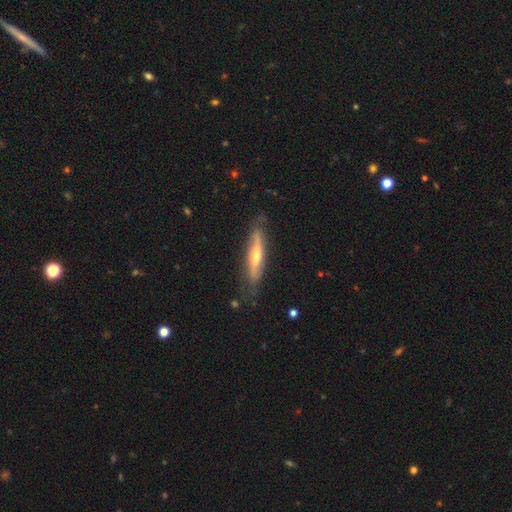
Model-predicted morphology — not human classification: Smooth or featured?
  - featured or disk: 64% *
  - smooth: 30%
  - star or artifact: 6%
Edge-on disk?
  - yes: 76% *
  - no: 24%
Merging?
  - none: 73% *
  - minor disturbance: 20%
  - major disturbance: 6%
  - merger: 2%